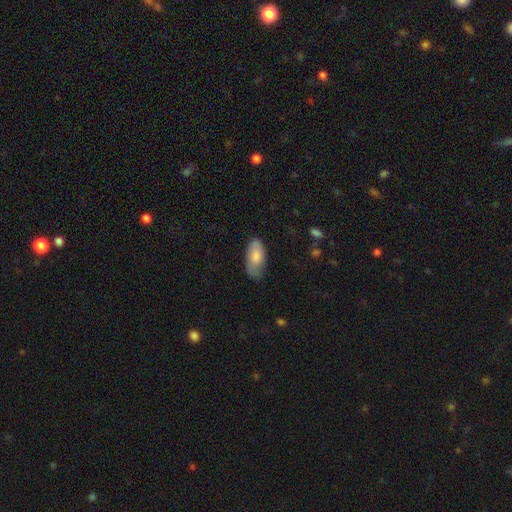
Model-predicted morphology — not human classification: The model was most divided on "merging": none: 61%, minor disturbance: 30%, major disturbance: 8%, merger: 2%. More confident: how rounded — in between (91%); smooth or featured — smooth (78%).